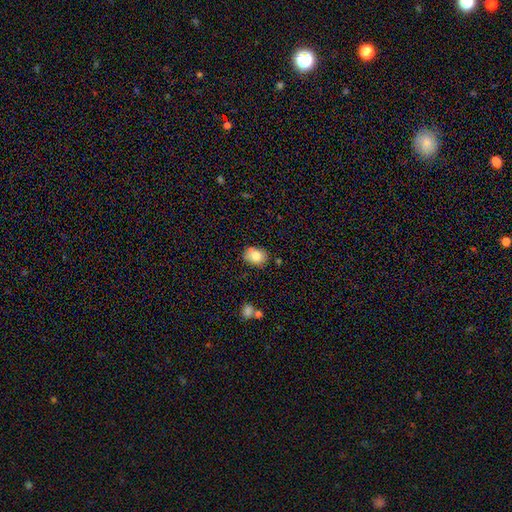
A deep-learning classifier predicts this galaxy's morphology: This appears to be a smooth galaxy with no disk features (81%) that is in between round and cigar-shaped (60%). Merging: none (77%).